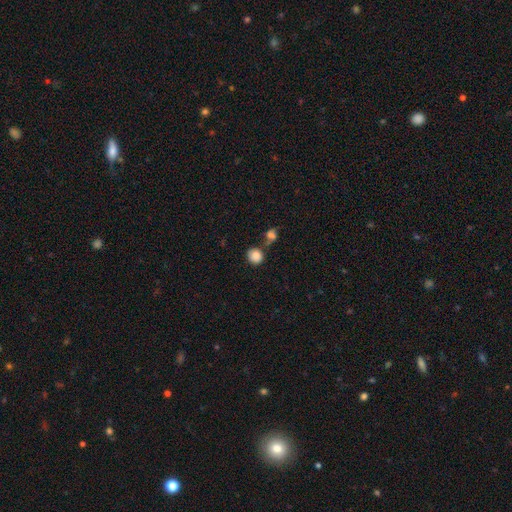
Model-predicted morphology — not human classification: smooth-or-featured: smooth: 85% | star or artifact: 9% | featured or disk: 6%
  how-rounded: round: 86% | in between: 13% | cigar-shaped: 1%
  merging: none: 65% | merger: 19% | minor disturbance: 12% | major disturbance: 4%